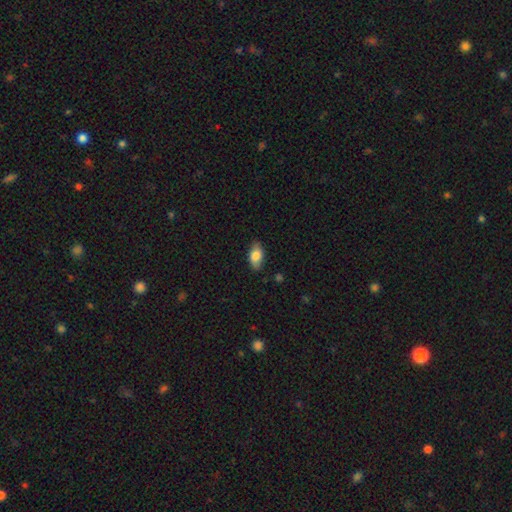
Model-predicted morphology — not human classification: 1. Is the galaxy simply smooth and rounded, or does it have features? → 80% smooth, 13% featured or disk, 7% star or artifact.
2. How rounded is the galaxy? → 91% in between, 5% cigar-shaped, 5% round.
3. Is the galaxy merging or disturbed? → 84% none, 12% minor disturbance, 2% major disturbance, 1% merger.